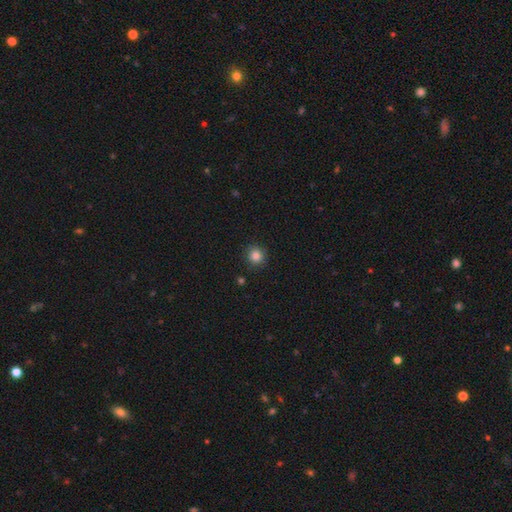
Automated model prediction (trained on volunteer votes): Smooth or featured: smooth — 84% (star or artifact — 11%)
How rounded: round — 93% (in between — 6%)
Merging: none — 89% (minor disturbance — 8%)